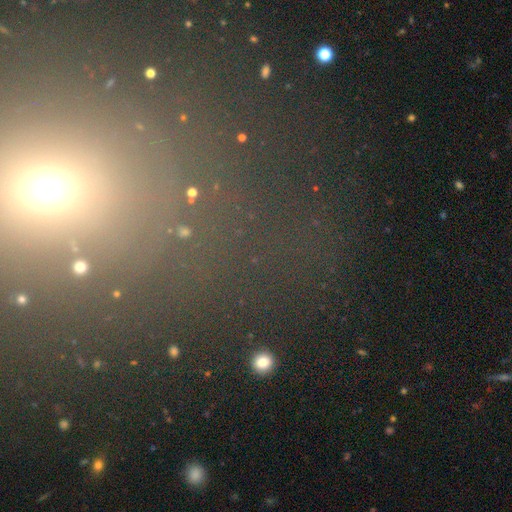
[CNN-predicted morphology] Q: Smooth or featured?
A: star or artifact (53%); runner-up: smooth (35%)